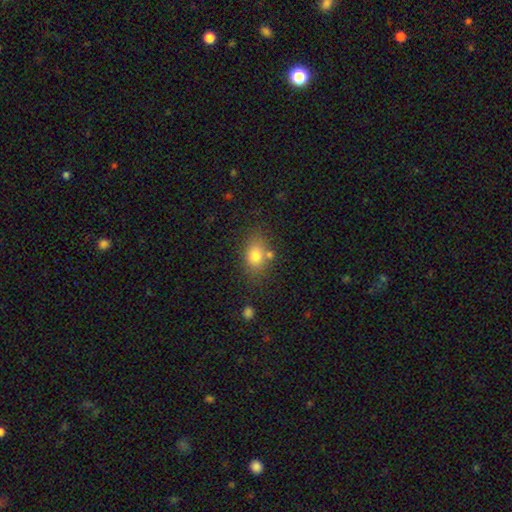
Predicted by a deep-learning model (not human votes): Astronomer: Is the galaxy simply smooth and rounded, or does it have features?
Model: smooth — 78%.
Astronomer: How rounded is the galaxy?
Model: in between — 73%.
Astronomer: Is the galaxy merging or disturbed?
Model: none — 69%.